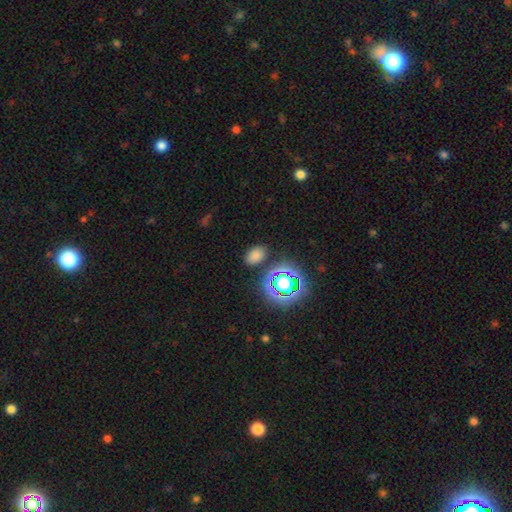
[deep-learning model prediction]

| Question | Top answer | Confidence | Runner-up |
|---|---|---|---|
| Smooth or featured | smooth | 70% | star or artifact (24%) |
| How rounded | in between | 83% | round (15%) |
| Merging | none | 84% | minor disturbance (9%) |